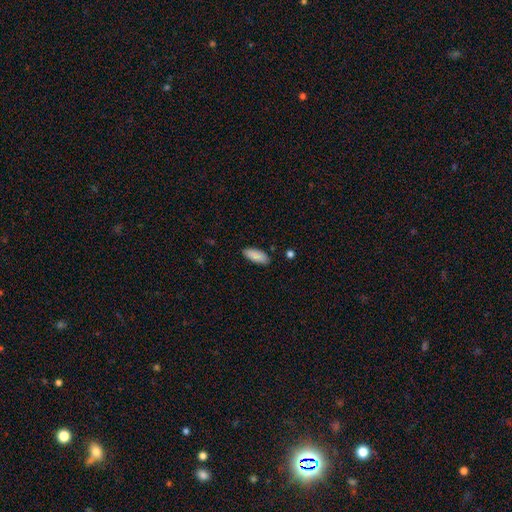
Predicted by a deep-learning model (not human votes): The model was most divided on "how rounded": in between: 78%, cigar-shaped: 21%, round: 2%. More confident: smooth or featured — smooth (90%); merging — none (87%).